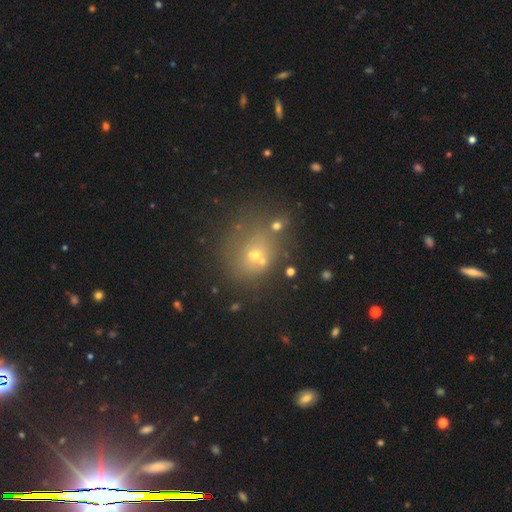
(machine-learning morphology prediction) smooth 52%, star or artifact 26%, featured or disk 21%. Down the decision tree: how rounded — round (70%); merging — none (49%).